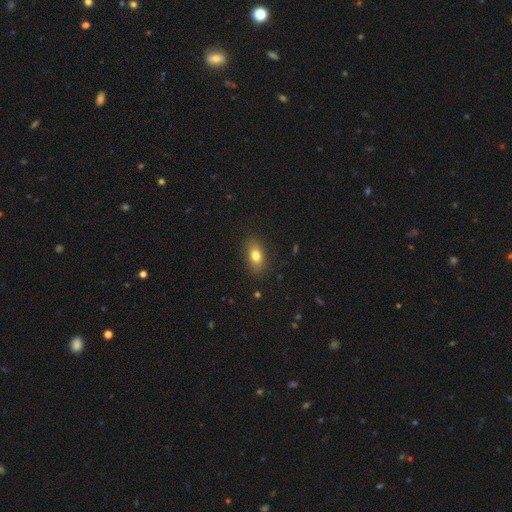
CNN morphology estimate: Smooth or featured?
  - smooth: 79% *
  - featured or disk: 11%
  - star or artifact: 10%
How rounded?
  - in between: 82% *
  - round: 14%
  - cigar-shaped: 4%
Merging?
  - none: 86% *
  - minor disturbance: 10%
  - major disturbance: 3%
  - merger: 1%